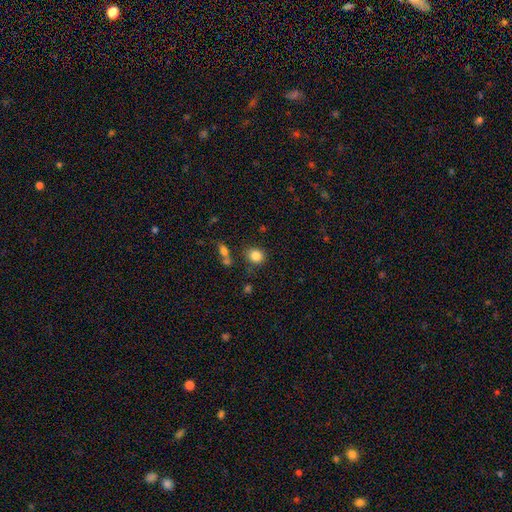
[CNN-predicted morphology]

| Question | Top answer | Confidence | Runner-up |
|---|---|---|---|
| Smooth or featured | smooth | 84% | star or artifact (10%) |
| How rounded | round | 76% | in between (23%) |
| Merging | none | 79% | minor disturbance (11%) |